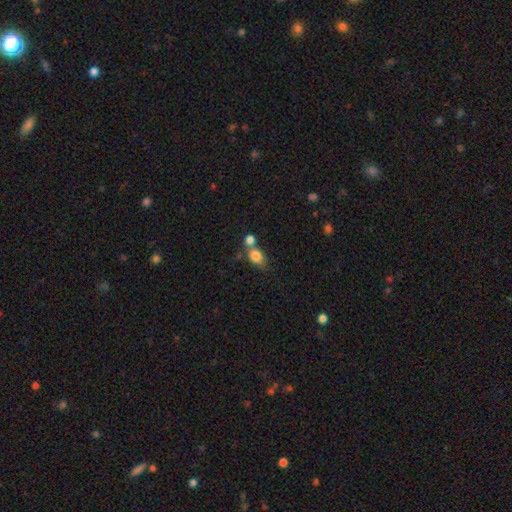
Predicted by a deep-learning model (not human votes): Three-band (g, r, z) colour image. It shows a smooth galaxy with no disk features (81%) that is in between round and cigar-shaped (54%). Merging: merger (46%).